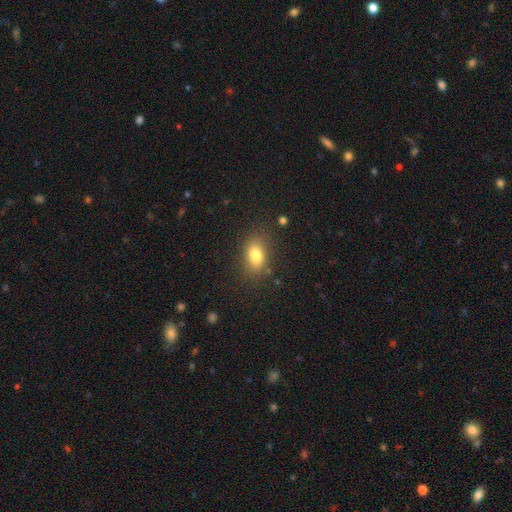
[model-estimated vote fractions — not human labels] smooth-or-featured: smooth: 80% | star or artifact: 10% | featured or disk: 10%
  how-rounded: in between: 82% | round: 16% | cigar-shaped: 3%
  merging: none: 80% | minor disturbance: 13% | major disturbance: 5% | merger: 2%